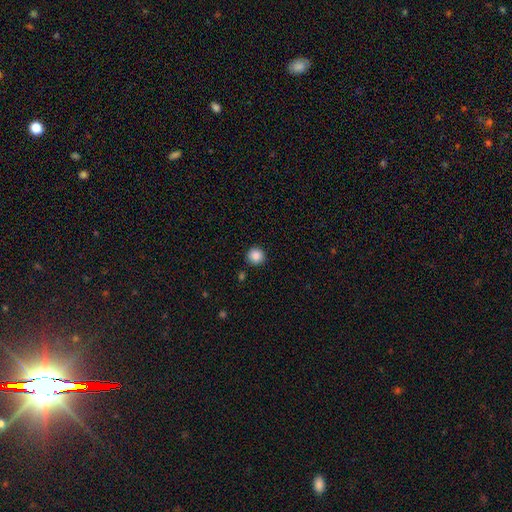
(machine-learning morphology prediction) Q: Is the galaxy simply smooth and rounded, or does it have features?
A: smooth — 87%.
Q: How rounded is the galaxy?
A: round — 94%.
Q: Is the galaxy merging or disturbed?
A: none — 88%.